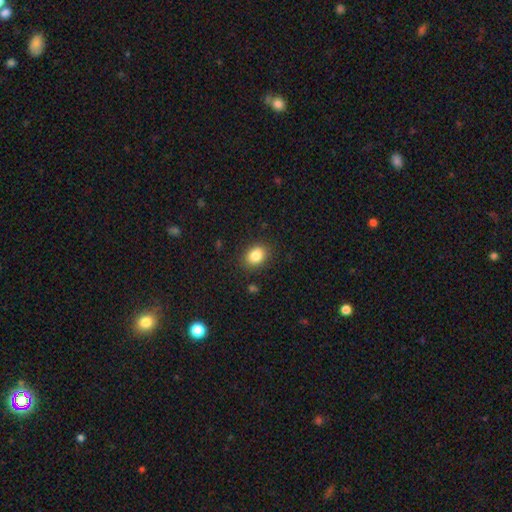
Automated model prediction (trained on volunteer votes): This appears to be a smooth galaxy with no disk features (85%) that is in between round and cigar-shaped (62%). Merging: none (87%).